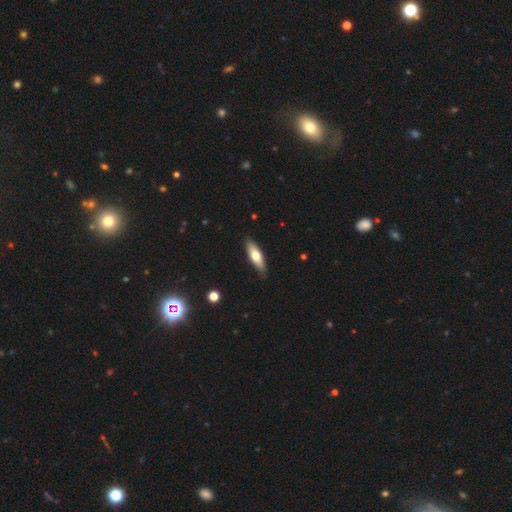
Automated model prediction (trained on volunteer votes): Smooth or featured: smooth — 63% (featured or disk — 32%)
How rounded: in between — 53% (cigar-shaped — 45%)
Merging: none — 85% (minor disturbance — 11%)